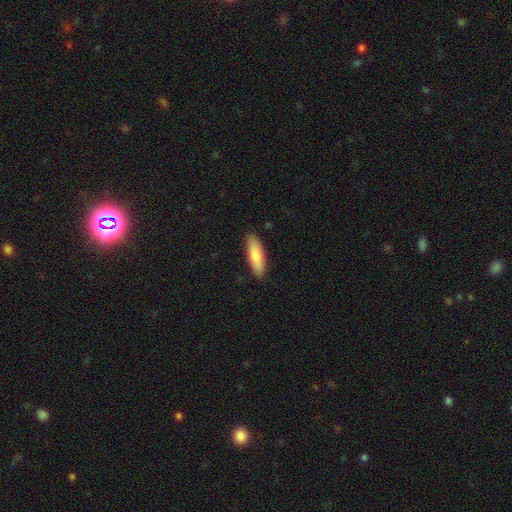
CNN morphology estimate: type=smooth (80%); roundness=cigar-shaped (51%); merging=none (89%).